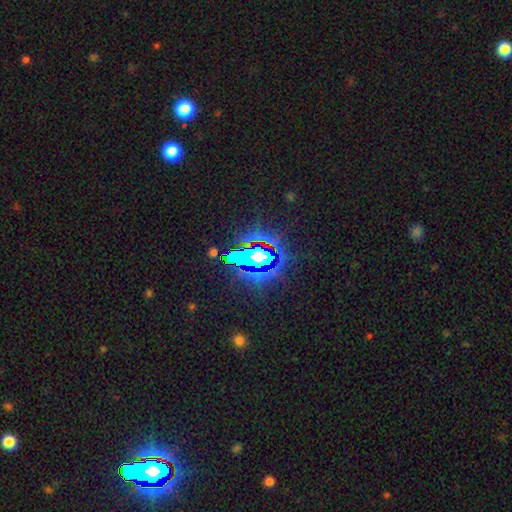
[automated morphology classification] This appears to be a star or artifact, not a galaxy (68%).